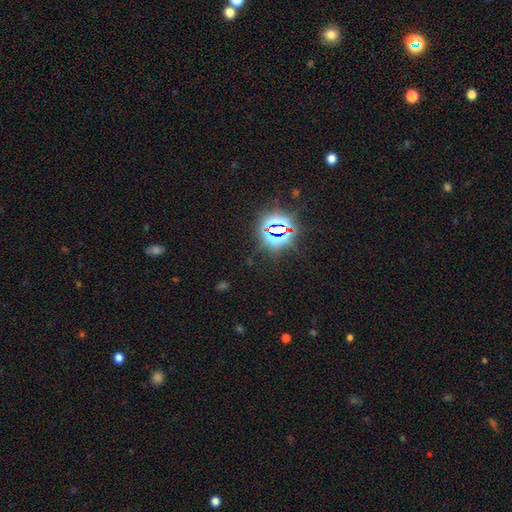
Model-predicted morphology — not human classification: This appears to be a star or artifact, not a galaxy (80%).